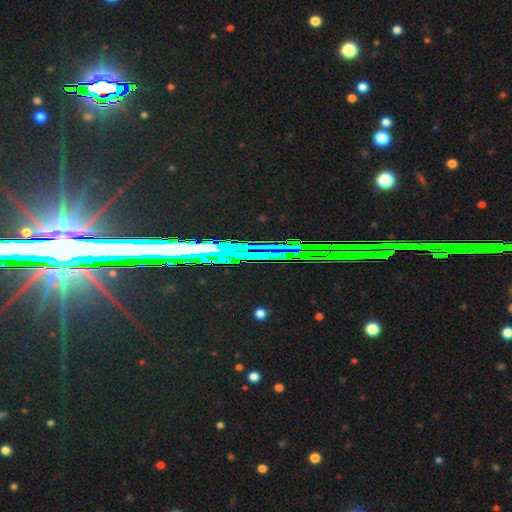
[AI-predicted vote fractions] Morphology: type=star or artifact (68%).